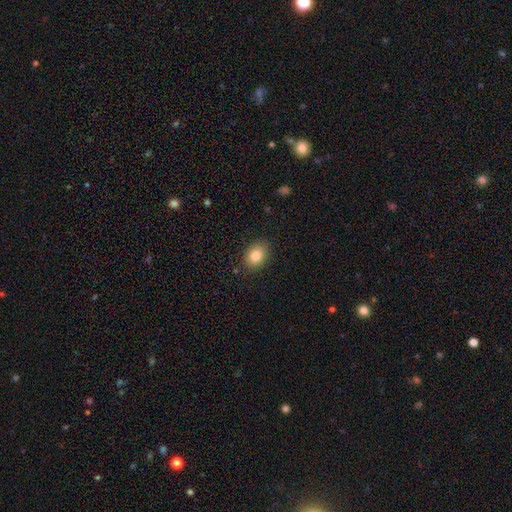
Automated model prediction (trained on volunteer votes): Smooth or featured: smooth — 84% (star or artifact — 9%)
How rounded: in between — 69% (round — 30%)
Merging: none — 86% (minor disturbance — 10%)